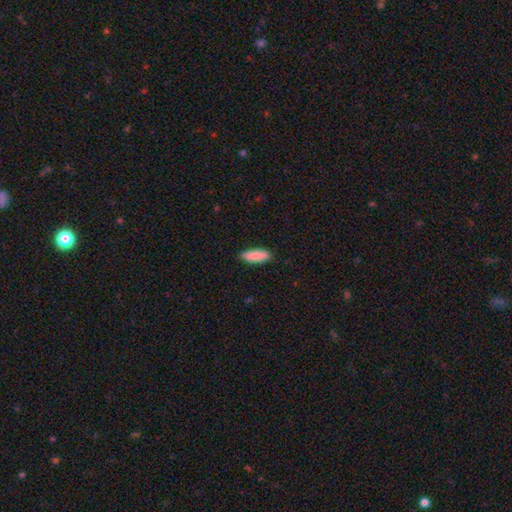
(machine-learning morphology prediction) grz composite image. It shows a smooth galaxy with no disk features (89%) that is in between round and cigar-shaped (56%). Merging: none (88%).